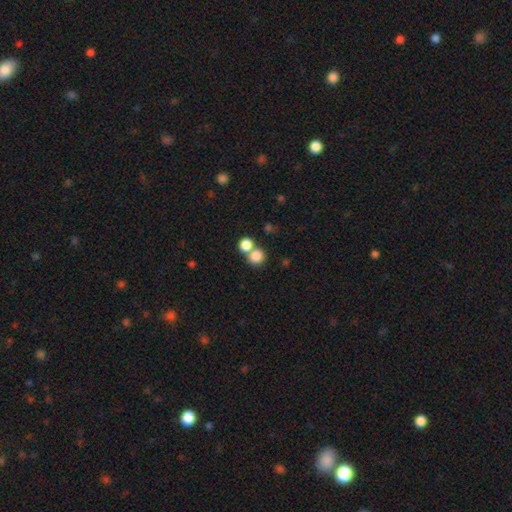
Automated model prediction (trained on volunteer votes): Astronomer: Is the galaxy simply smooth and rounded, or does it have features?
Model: smooth — 82%.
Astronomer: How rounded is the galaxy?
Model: round — 84%.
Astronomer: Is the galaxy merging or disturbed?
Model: none — 49% (runner-up: merger, 41%).